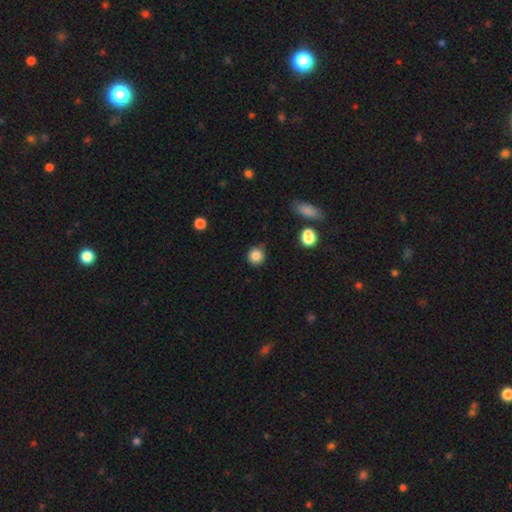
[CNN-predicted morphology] smooth 85%, star or artifact 10%, featured or disk 5%. Down the decision tree: how rounded — round (88%); merging — none (84%).